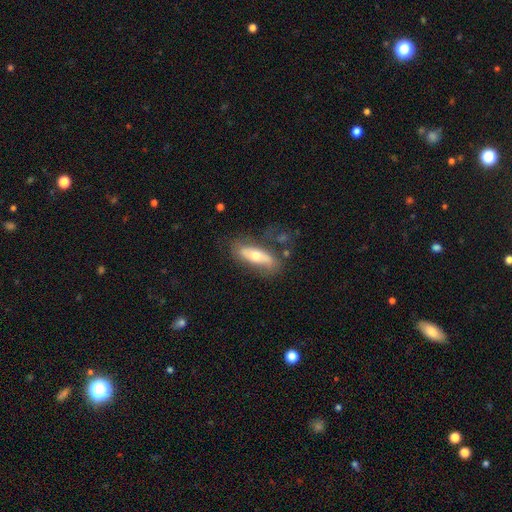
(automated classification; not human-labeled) smooth_or_featured: featured or disk (p=0.50) [alt: smooth p=0.43]
merging: none (p=0.63) [alt: minor disturbance p=0.22]